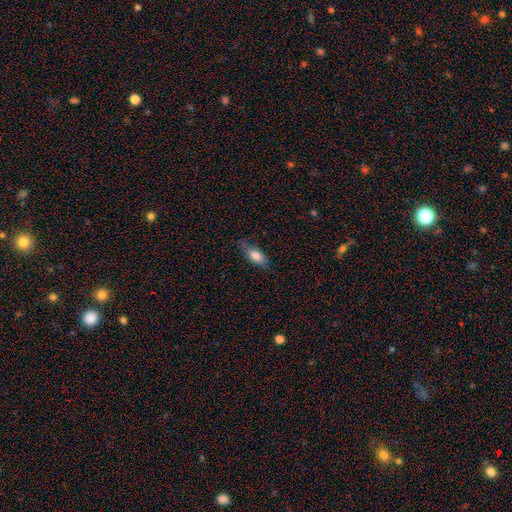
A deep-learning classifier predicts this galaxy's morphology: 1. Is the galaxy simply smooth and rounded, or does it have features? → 75% smooth, 18% featured or disk, 7% star or artifact.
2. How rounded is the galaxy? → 78% in between, 19% cigar-shaped, 3% round.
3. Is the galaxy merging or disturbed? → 70% none, 23% minor disturbance, 6% major disturbance, 1% merger.